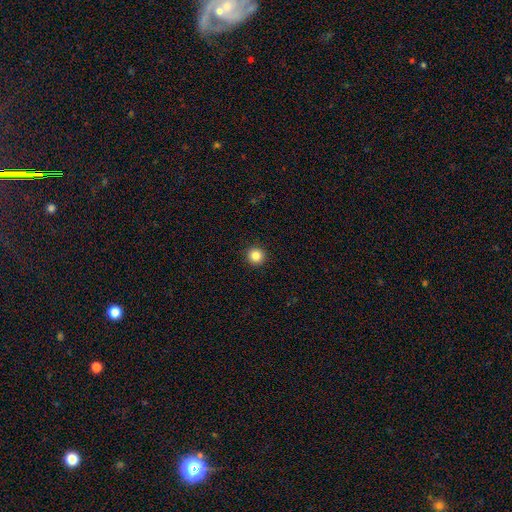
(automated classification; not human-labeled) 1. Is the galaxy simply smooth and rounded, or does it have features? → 85% smooth, 11% star or artifact, 4% featured or disk.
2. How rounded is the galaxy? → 96% round, 3% in between, 1% cigar-shaped.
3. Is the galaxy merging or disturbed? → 94% none, 4% minor disturbance, 1% major disturbance, 1% merger.